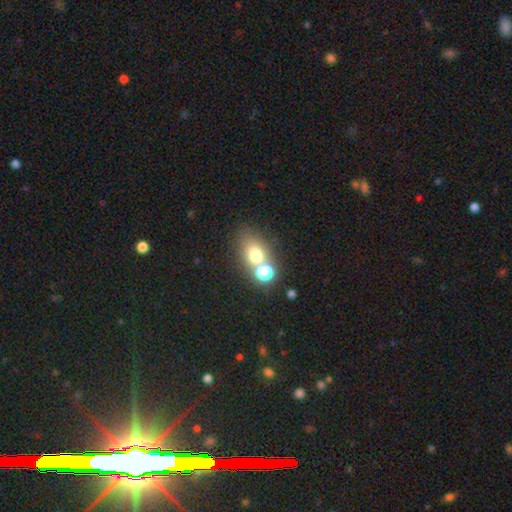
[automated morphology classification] A smooth galaxy with no disk features (66%) that is round (50%). Merging: none (50%).